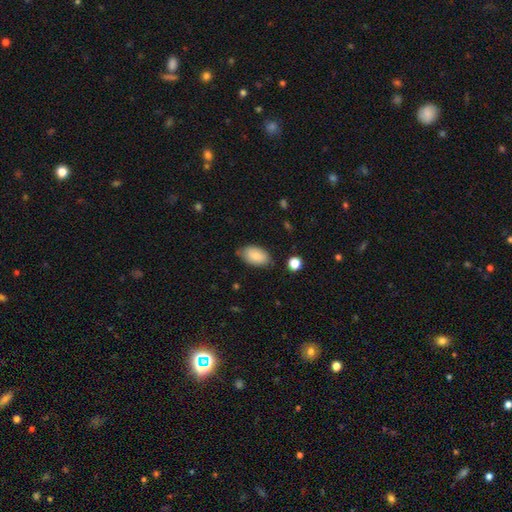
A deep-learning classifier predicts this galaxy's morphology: smooth-or-featured: smooth: 80% | featured or disk: 13% | star or artifact: 7%
  how-rounded: in between: 93% | round: 6% | cigar-shaped: 2%
  merging: none: 76% | minor disturbance: 18% | major disturbance: 3% | merger: 2%